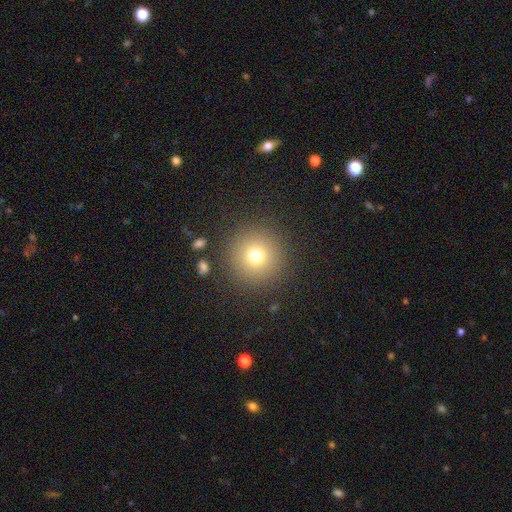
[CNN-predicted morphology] Smooth or featured? Predicted: smooth (p=0.74). How rounded? Predicted: round (p=0.96). Merging? Predicted: none (p=0.89).